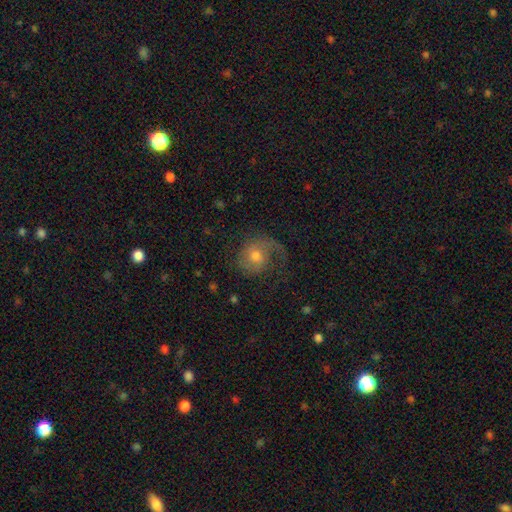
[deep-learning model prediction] Overall: featured or disk (64%; smooth 27%). Edge-on disk: no (97%). Bar: no (68%). Spiral arms: yes (90%). Spiral arm count: 1 (51%; 2 40%). Spiral winding: medium (41%, tied with loose). Bulge size: moderate (65%). Merging: none (53%; major disturbance 27%).